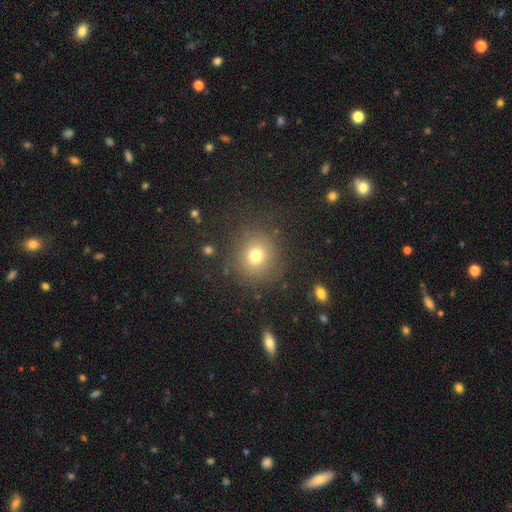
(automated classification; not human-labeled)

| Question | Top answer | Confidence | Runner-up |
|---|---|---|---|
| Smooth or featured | smooth | 74% | star or artifact (16%) |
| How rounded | round | 87% | in between (12%) |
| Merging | none | 84% | minor disturbance (9%) |